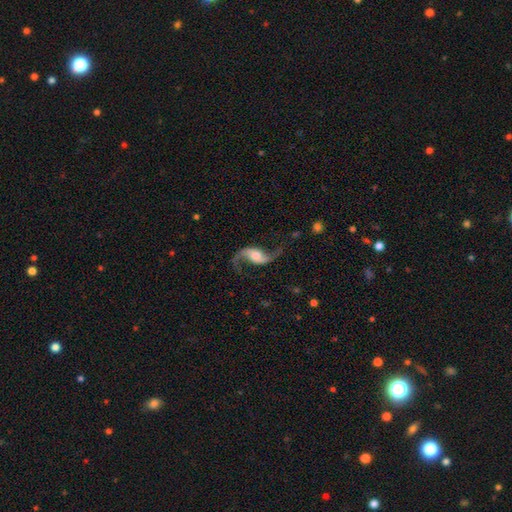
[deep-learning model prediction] A featured or disk galaxy (91%) with no bar (43%), 2 (94%) loose (87%) spiral arms (97%) and a moderate central bulge (57%).

Vote fractions:
- Smooth or featured? featured or disk: 91% / star or artifact: 5% / smooth: 5%
- Edge-on disk? no: 96% / yes: 4%
- Bar? no: 43% / weak: 36% / strong: 21%
- Spiral arms? yes: 97% / no: 3%
- Spiral winding? loose: 87% / medium: 10% / tight: 3%
- Spiral arm count? 2: 94% / 1: 2% / can't tell: 1% / 3: 1% / 4: 1% / more than 4: 1%
- Bulge size? moderate: 57% / small: 23% / large: 14% / none: 3% / dominant: 2%
- Merging? none: 78% / minor disturbance: 12% / major disturbance: 8% / merger: 2%